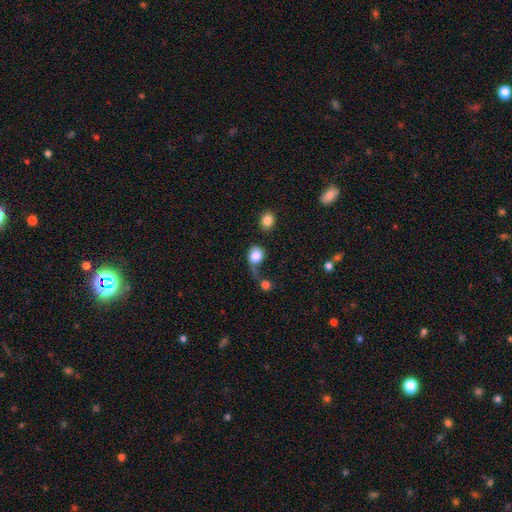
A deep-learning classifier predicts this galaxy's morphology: smooth_or_featured: smooth (p=0.82) [alt: featured or disk p=0.10]
how_rounded: round (p=0.61) [alt: in between p=0.37]
merging: major disturbance (p=0.30) [alt: none p=0.27]